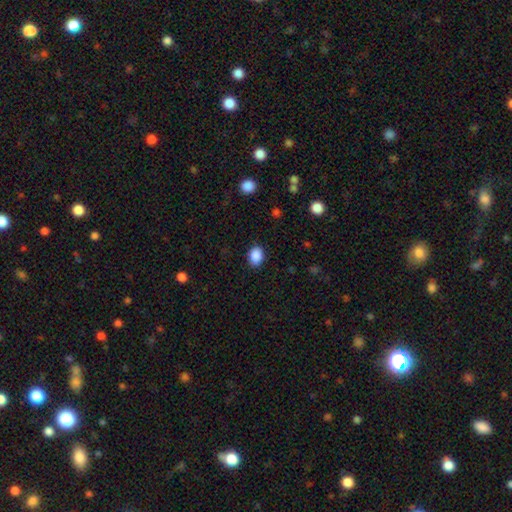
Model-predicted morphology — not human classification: smooth 88%, star or artifact 8%, featured or disk 3%. Down the decision tree: how rounded — in between (64%); merging — none (86%).